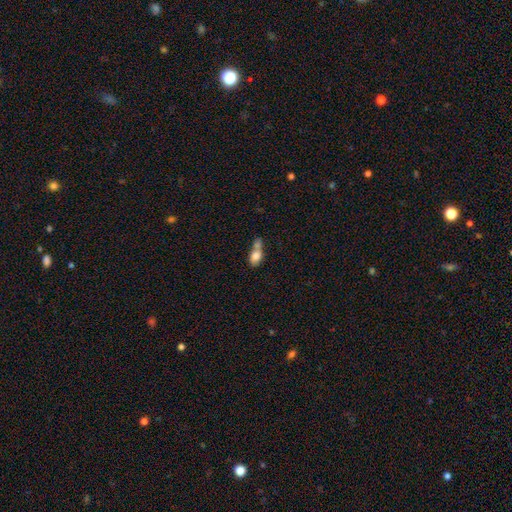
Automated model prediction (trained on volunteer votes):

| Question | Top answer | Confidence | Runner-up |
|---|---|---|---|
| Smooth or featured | smooth | 76% | featured or disk (16%) |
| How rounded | in between | 75% | round (18%) |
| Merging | merger | 59% | none (22%) |